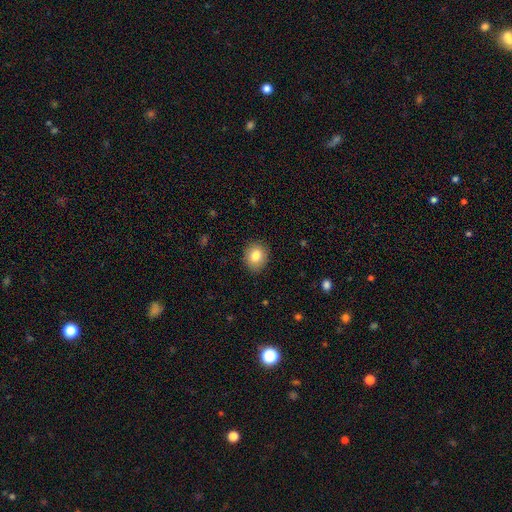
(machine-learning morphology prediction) Smooth or featured? smooth (83%)
How rounded? round (68%)
Merging? none (88%)